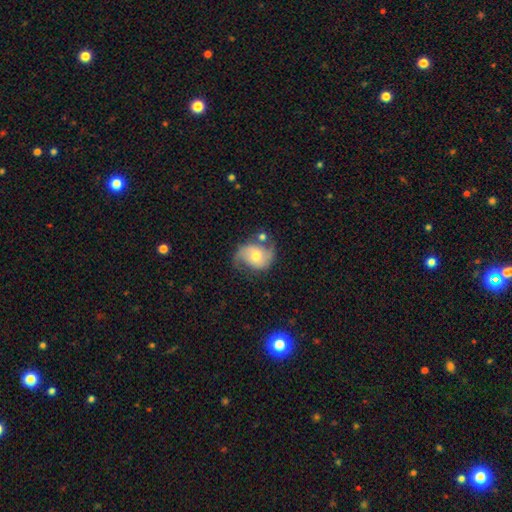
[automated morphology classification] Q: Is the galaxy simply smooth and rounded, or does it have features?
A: featured or disk — 73%.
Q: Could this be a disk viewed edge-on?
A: no — 97%.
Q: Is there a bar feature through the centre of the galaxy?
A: no — 66%.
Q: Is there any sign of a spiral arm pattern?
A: yes — 92%.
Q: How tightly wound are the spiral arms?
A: medium — 43%.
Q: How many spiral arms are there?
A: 2 — 88%.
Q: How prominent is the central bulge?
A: moderate — 62%.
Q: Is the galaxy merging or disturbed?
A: none — 61%.